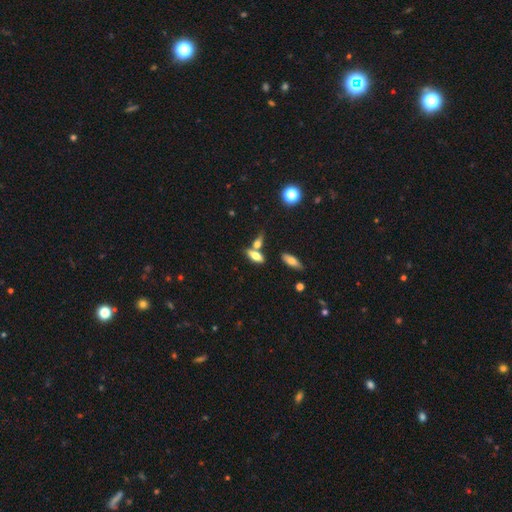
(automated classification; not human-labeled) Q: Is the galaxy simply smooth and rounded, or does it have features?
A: smooth — 67%.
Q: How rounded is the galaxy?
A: in between — 70%.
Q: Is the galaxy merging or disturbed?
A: none — 51%.